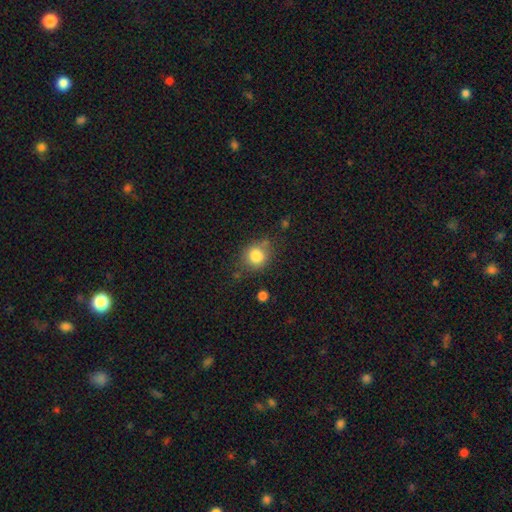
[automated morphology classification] A smooth galaxy with no disk features (82%) that is round (78%).

Vote fractions:
- Smooth or featured? smooth: 82% / star or artifact: 10% / featured or disk: 8%
- How rounded? round: 78% / in between: 21% / cigar-shaped: 1%
- Merging? none: 71% / minor disturbance: 18% / merger: 6% / major disturbance: 5%